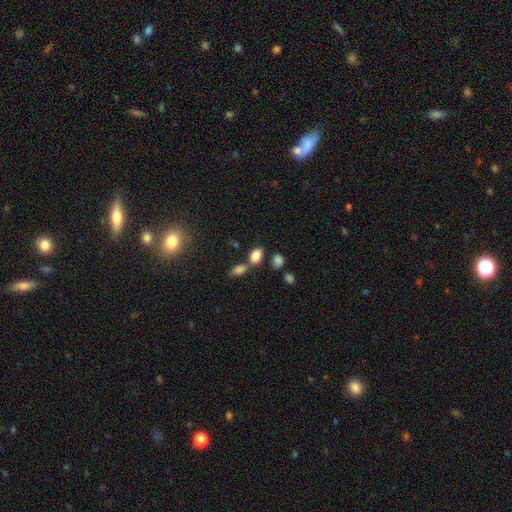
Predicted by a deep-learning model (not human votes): The model was most divided on "merging": none: 57%, merger: 26%, minor disturbance: 13%, major disturbance: 4%. More confident: how rounded — in between (88%); smooth or featured — smooth (83%).